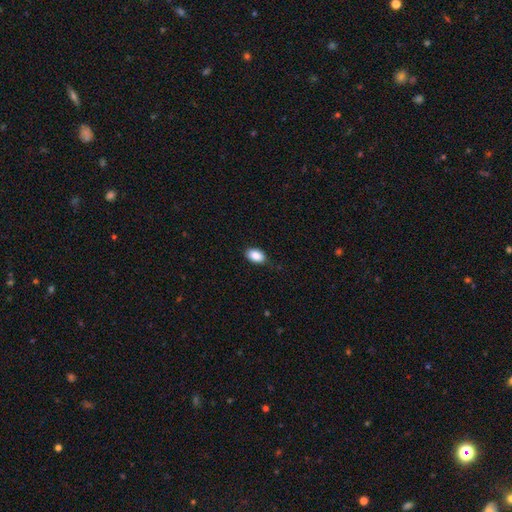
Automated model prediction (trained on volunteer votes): Smooth or featured: smooth — 89% (star or artifact — 7%)
How rounded: in between — 90% (round — 9%)
Merging: none — 82% (minor disturbance — 15%)